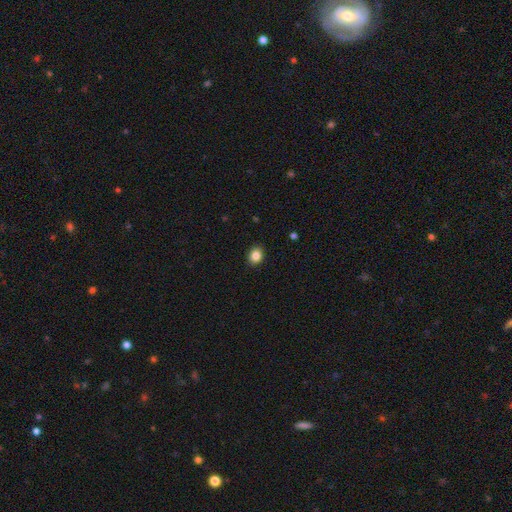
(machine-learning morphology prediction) smooth 85%, star or artifact 10%, featured or disk 5%. Down the decision tree: how rounded — round (56%); merging — none (90%).